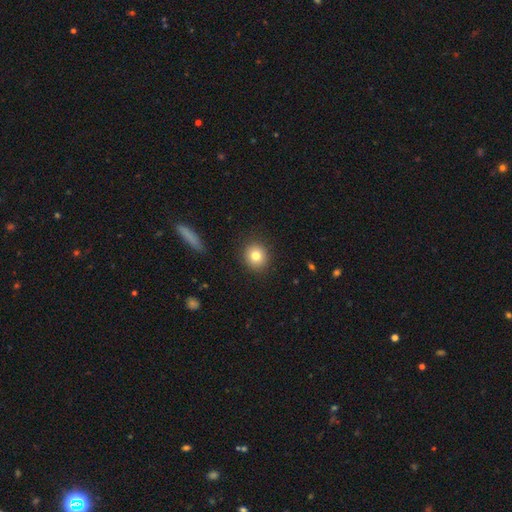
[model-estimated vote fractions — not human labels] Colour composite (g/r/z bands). It shows a smooth galaxy with no disk features (79%) that is round (87%). Merging: none (90%).